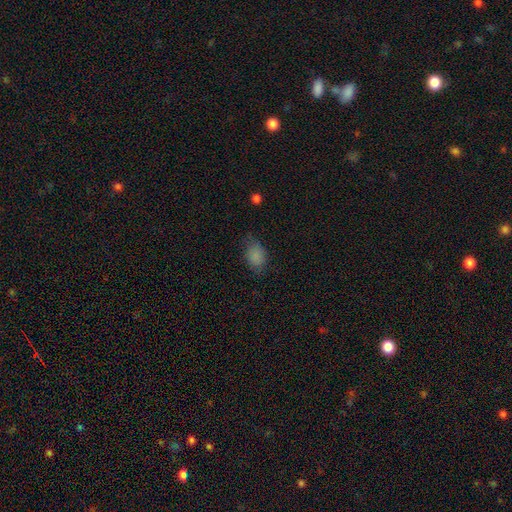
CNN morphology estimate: This appears to be a smooth galaxy with no disk features (83%) that is in between round and cigar-shaped (76%). Merging: none (63%).